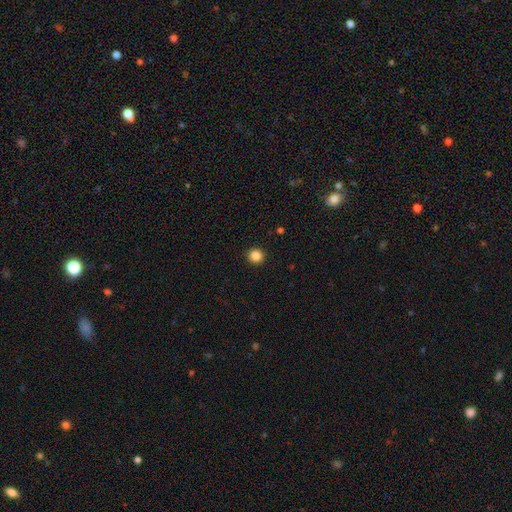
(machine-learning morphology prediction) A smooth galaxy with no disk features (86%) that is round (94%).

Vote fractions:
- Smooth or featured? smooth: 86% / star or artifact: 11% / featured or disk: 3%
- How rounded? round: 94% / in between: 5% / cigar-shaped: 1%
- Merging? none: 93% / minor disturbance: 4% / major disturbance: 1% / merger: 1%